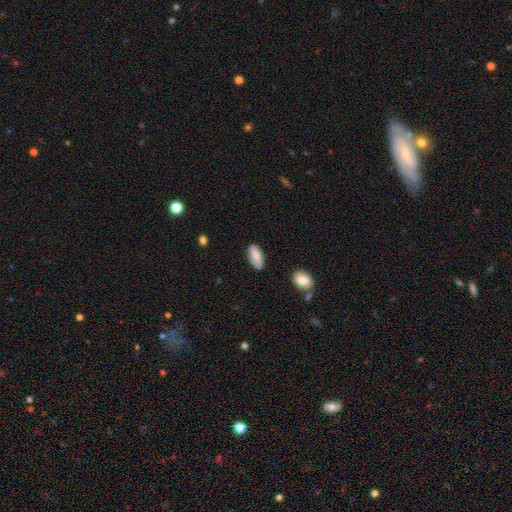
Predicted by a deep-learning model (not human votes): Smooth or featured? Predicted: smooth (p=0.81). How rounded? Predicted: in between (p=0.90). Merging? Predicted: none (p=0.82).